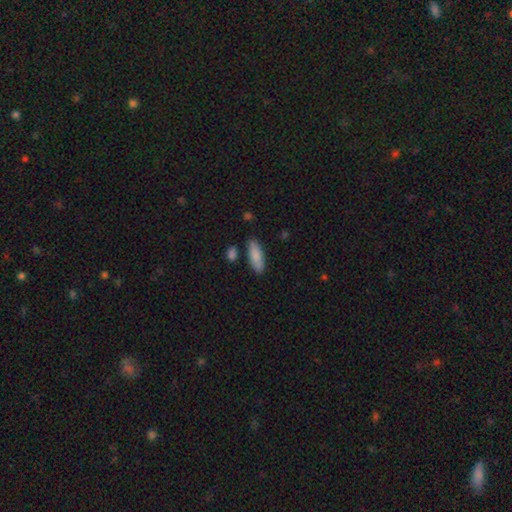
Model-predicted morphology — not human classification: Smooth or featured?
  - smooth: 86% *
  - featured or disk: 8%
  - star or artifact: 6%
How rounded?
  - in between: 66% *
  - cigar-shaped: 32%
  - round: 2%
Merging?
  - none: 82% *
  - minor disturbance: 11%
  - merger: 4%
  - major disturbance: 2%